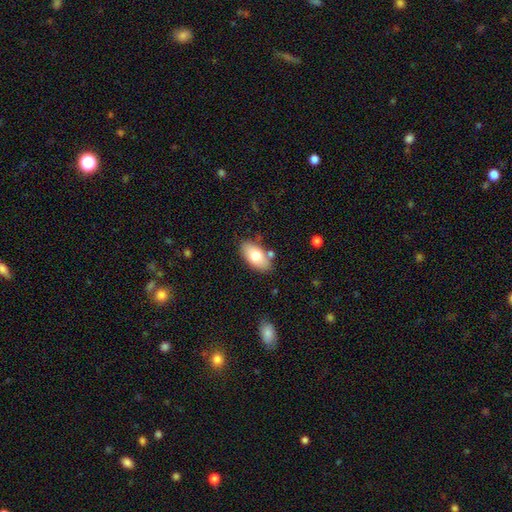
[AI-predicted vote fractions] Smooth or featured? smooth (74%)
How rounded? in between (92%)
Merging? none (78%)